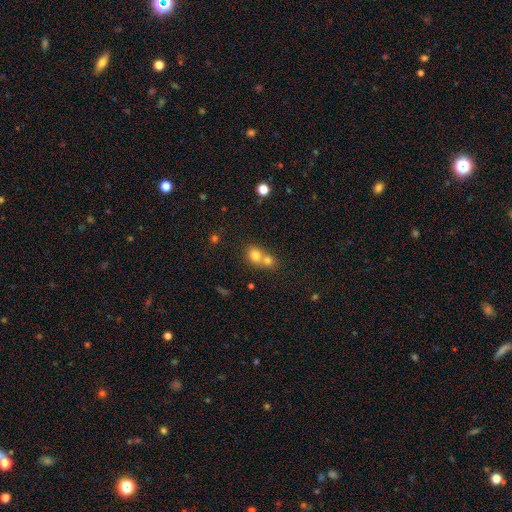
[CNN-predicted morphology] A smooth galaxy with no disk features (75%) that is round (71%). Merging: merger (64%).